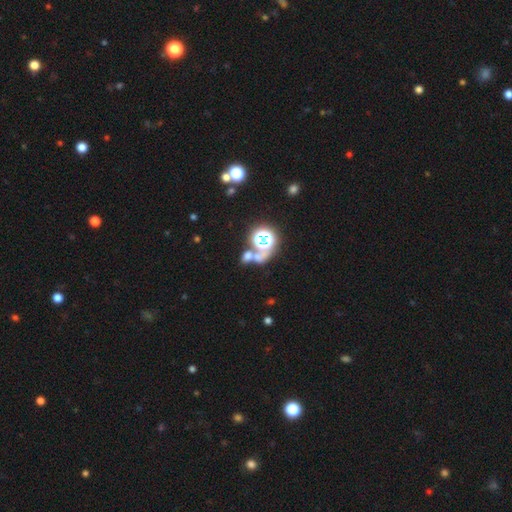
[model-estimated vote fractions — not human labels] Smooth or featured: star or artifact — 42% (smooth — 39%)